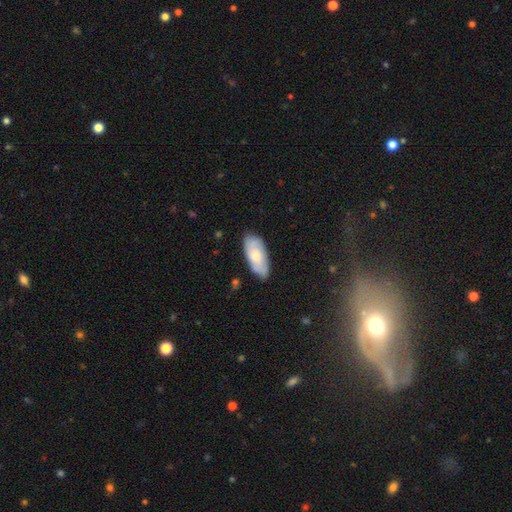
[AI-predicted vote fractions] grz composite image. It shows a smooth galaxy with no disk features (59%) that is in between round and cigar-shaped (88%). Merging: none (78%).